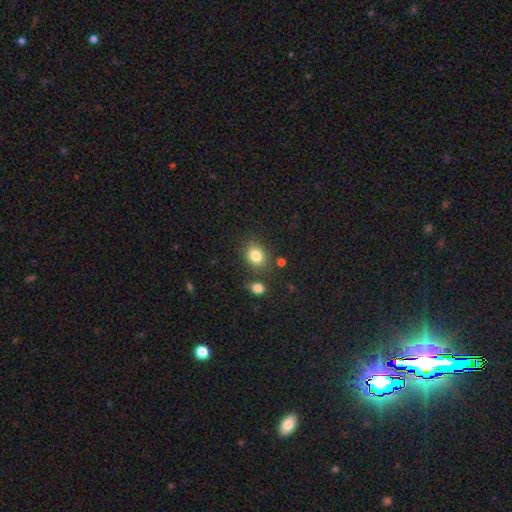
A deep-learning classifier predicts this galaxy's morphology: type=smooth (83%); roundness=in between (50%); merging=none (76%).